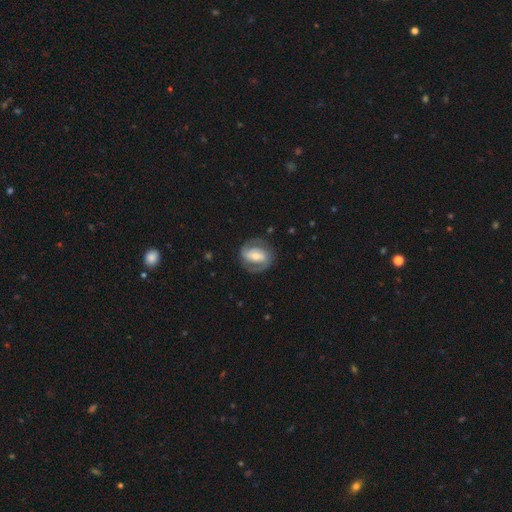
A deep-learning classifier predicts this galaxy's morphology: A featured or disk galaxy (80%) with a strong bar (41%), 2 (88%) medium (46%) spiral arms (91%) and a moderate central bulge (56%).

Vote fractions:
- Smooth or featured? featured or disk: 80% / smooth: 15% / star or artifact: 5%
- Edge-on disk? no: 97% / yes: 3%
- Bar? strong: 41% / weak: 36% / no: 23%
- Spiral arms? yes: 91% / no: 9%
- Spiral winding? medium: 46% / tight: 39% / loose: 15%
- Spiral arm count? 2: 88% / can't tell: 6% / 1: 3% / 3: 2% / 4: 1% / more than 4: 1%
- Bulge size? moderate: 56% / small: 35% / large: 6% / none: 2% / dominant: 1%
- Merging? none: 79% / minor disturbance: 13% / major disturbance: 7% / merger: 1%